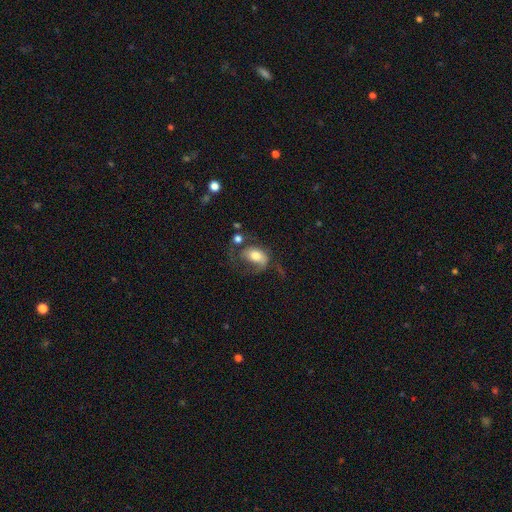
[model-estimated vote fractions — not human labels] This is possibly a smooth galaxy (57%). How rounded: clearly in between (82%). Merging: marginally major disturbance (44%).